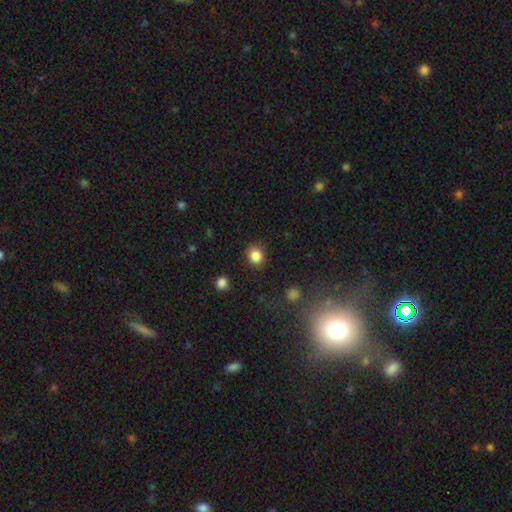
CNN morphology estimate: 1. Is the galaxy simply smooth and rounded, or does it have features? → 85% smooth, 11% star or artifact, 5% featured or disk.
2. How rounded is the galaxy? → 77% round, 22% in between, 1% cigar-shaped.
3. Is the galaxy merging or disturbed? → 88% none, 8% minor disturbance, 2% major disturbance, 2% merger.